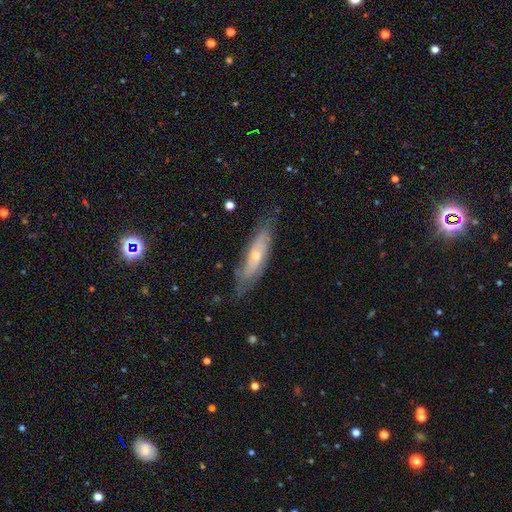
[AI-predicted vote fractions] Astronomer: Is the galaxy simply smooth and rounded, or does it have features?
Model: featured or disk — 58% (runner-up: smooth, 34%).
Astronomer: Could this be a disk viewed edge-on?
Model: no — 57% (runner-up: yes, 43%).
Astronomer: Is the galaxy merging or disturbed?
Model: none — 73%.